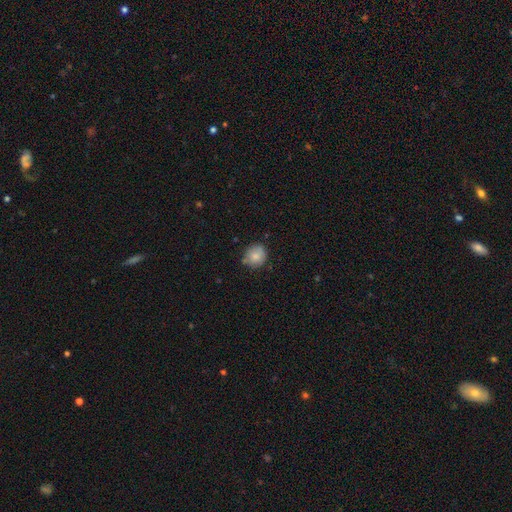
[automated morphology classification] This is clearly a smooth galaxy (81%). How rounded: clearly round (85%). Merging: likely none (73%).